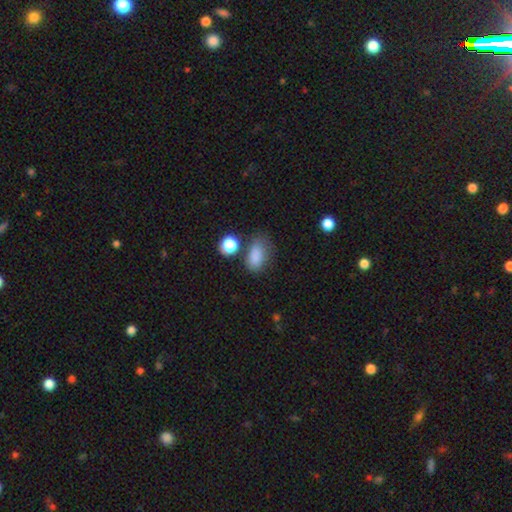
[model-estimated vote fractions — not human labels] Smooth or featured?
  - smooth: 83% *
  - star or artifact: 10%
  - featured or disk: 6%
How rounded?
  - in between: 84% *
  - round: 13%
  - cigar-shaped: 3%
Merging?
  - none: 57% *
  - minor disturbance: 24%
  - major disturbance: 10%
  - merger: 9%